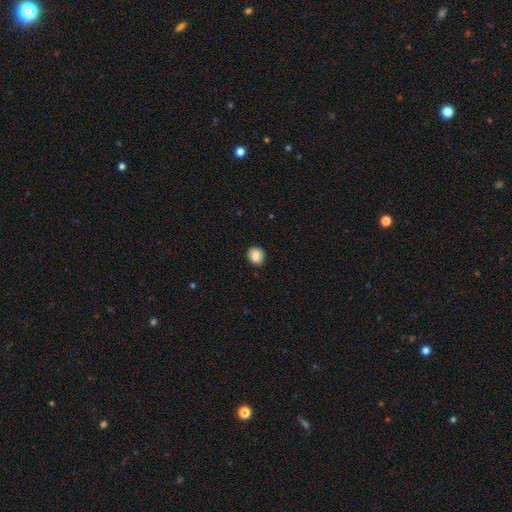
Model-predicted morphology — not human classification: Smooth or featured: smooth — 86% (star or artifact — 8%)
How rounded: round — 72% (in between — 27%)
Merging: none — 88% (minor disturbance — 9%)